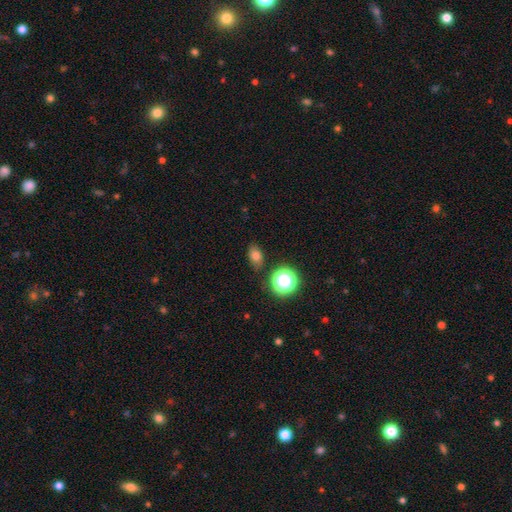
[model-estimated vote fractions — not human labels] smooth 76%, star or artifact 16%, featured or disk 8%. Down the decision tree: how rounded — in between (75%); merging — none (81%).